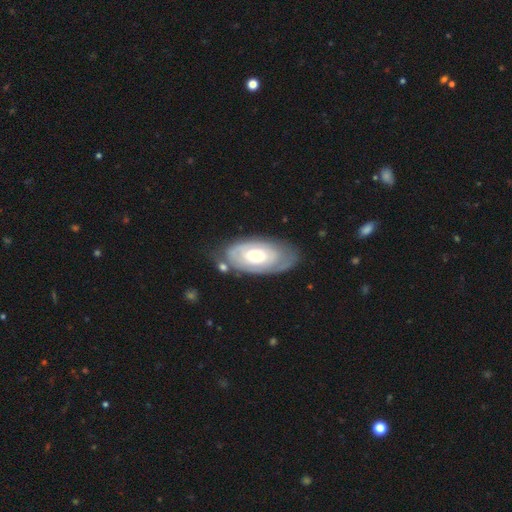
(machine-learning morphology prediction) Q: Smooth or featured?
A: featured or disk (64%); runner-up: smooth (31%)
Q: Edge-on disk?
A: no (91%); runner-up: yes (9%)
Q: Bar?
A: no (79%); runner-up: weak (17%)
Q: Spiral arms?
A: yes (63%); runner-up: no (37%)
Q: Bulge size?
A: moderate (55%); runner-up: large (23%)
Q: Merging?
A: none (66%); runner-up: minor disturbance (21%)